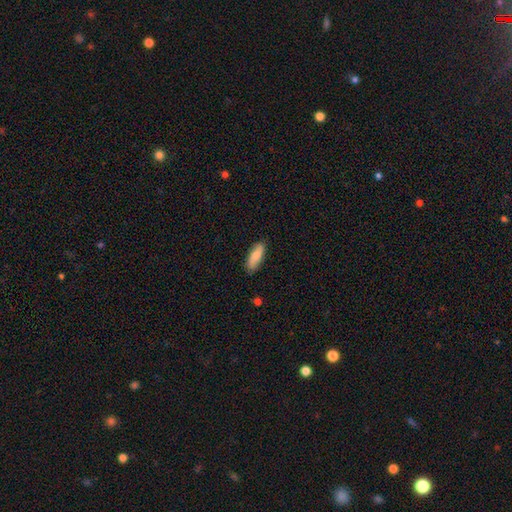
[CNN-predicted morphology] The model was most divided on "how rounded": in between: 62%, cigar-shaped: 35%, round: 2%. More confident: merging — none (84%); smooth or featured — smooth (71%).